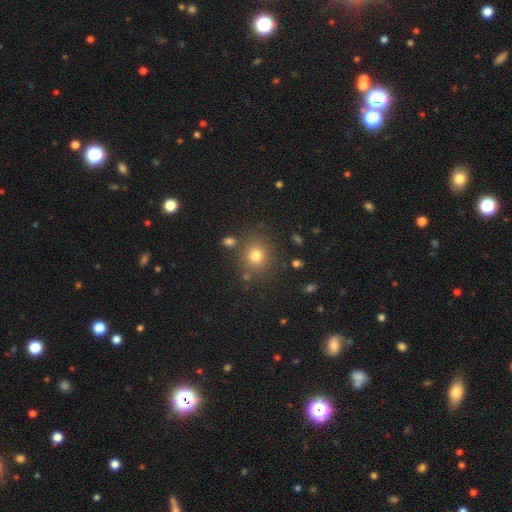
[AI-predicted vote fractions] A smooth galaxy with no disk features (77%) that is round (85%).

Vote fractions:
- Smooth or featured? smooth: 77% / star or artifact: 15% / featured or disk: 8%
- How rounded? round: 85% / in between: 14% / cigar-shaped: 1%
- Merging? none: 82% / minor disturbance: 9% / merger: 6% / major disturbance: 4%